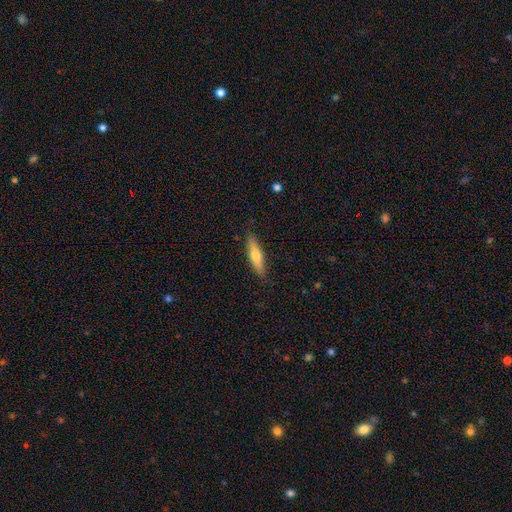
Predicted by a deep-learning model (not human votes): Smooth or featured? smooth (62%)
How rounded? cigar-shaped (73%)
Merging? none (87%)